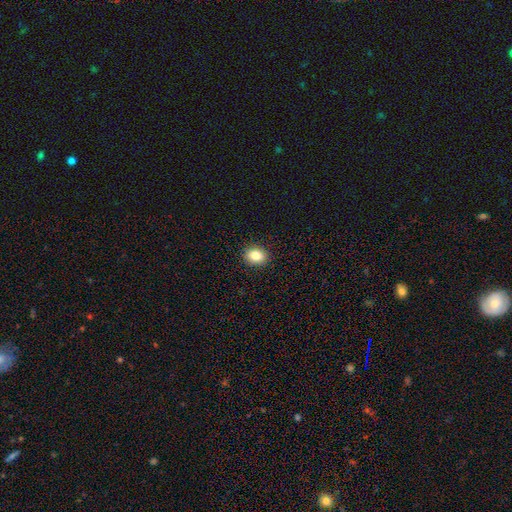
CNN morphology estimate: Smooth or featured? Predicted: smooth (p=0.83). How rounded? Predicted: in between (p=0.55). Merging? Predicted: none (p=0.91).